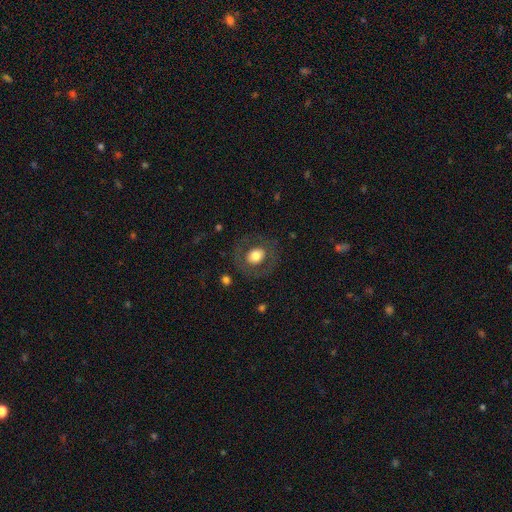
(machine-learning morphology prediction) This appears to be a smooth galaxy with no disk features (59%) that is round (72%). Merging: none (79%).